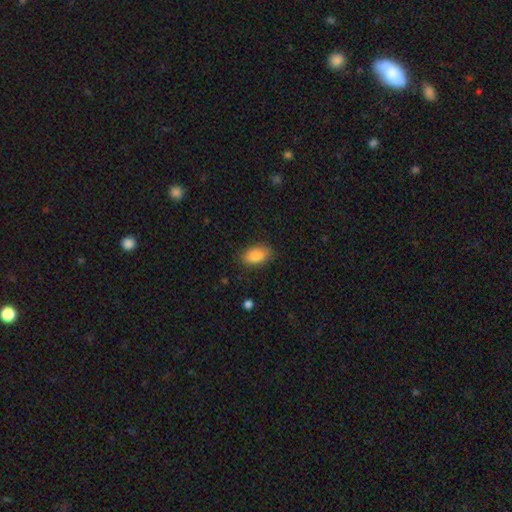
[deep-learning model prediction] A smooth galaxy with no disk features (86%) that is in between round and cigar-shaped (91%). Merging: none (84%).